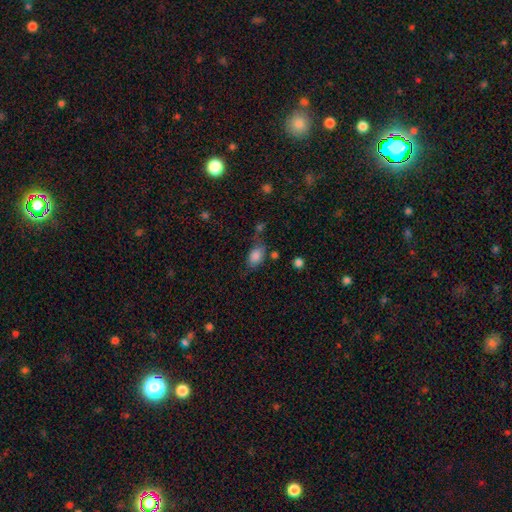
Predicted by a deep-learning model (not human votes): The model was most divided on "merging": none: 52%, minor disturbance: 27%, major disturbance: 12%, merger: 9%. More confident: how rounded — in between (83%); smooth or featured — smooth (82%).